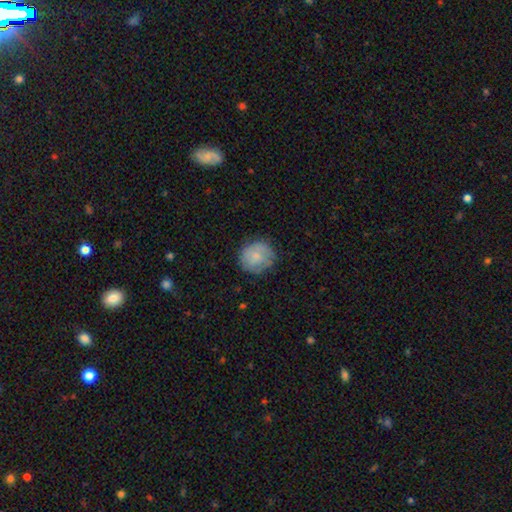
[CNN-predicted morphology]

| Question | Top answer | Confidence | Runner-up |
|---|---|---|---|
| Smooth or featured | smooth | 73% | featured or disk (20%) |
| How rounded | round | 89% | in between (10%) |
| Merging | none | 73% | minor disturbance (20%) |